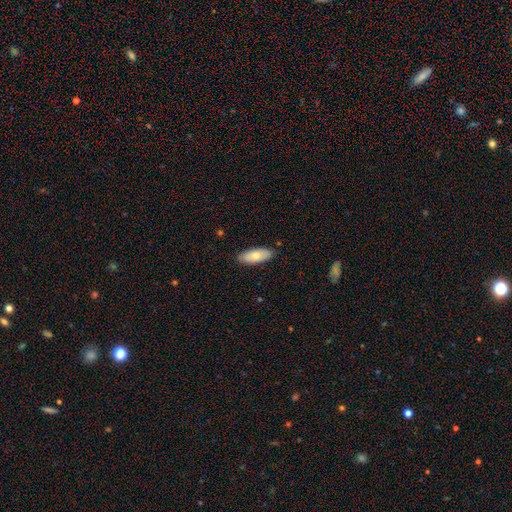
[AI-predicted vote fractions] This is likely a smooth galaxy (70%). How rounded: clearly in between (81%). Merging: clearly none (87%).